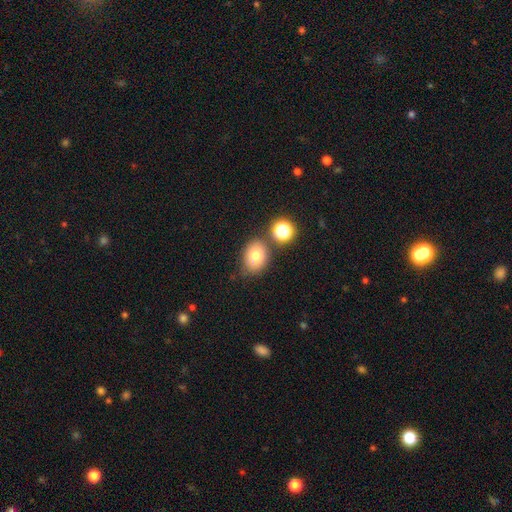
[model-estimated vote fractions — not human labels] A smooth galaxy with no disk features (77%) that is in between round and cigar-shaped (59%). Merging: none (71%).